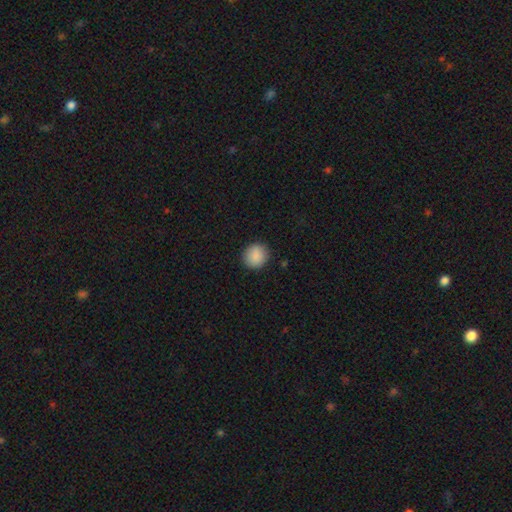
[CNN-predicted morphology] Overall: smooth (89%). How rounded: round (88%). Merging: none (90%).